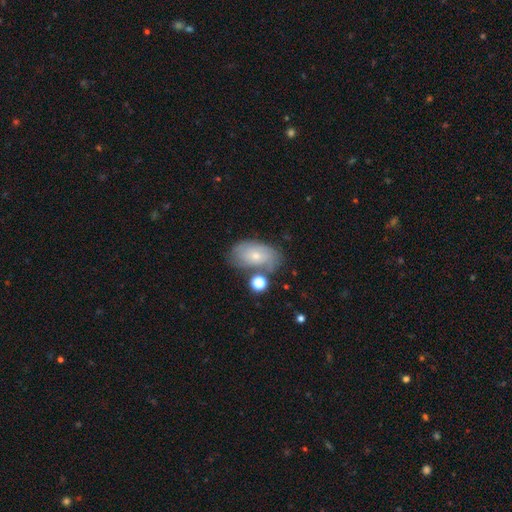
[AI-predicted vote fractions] Smooth or featured?
  - featured or disk: 46% *
  - smooth: 45%
  - star or artifact: 9%
Merging?
  - none: 54% *
  - minor disturbance: 24%
  - merger: 12%
  - major disturbance: 10%